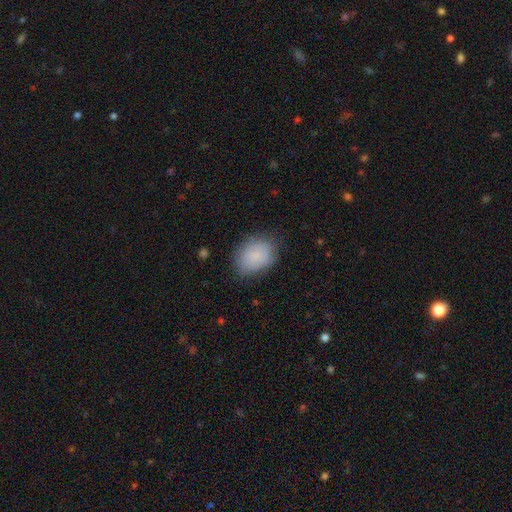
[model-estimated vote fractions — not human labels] This appears to be a smooth galaxy with no disk features (84%) that is in between round and cigar-shaped (66%). Merging: none (72%).